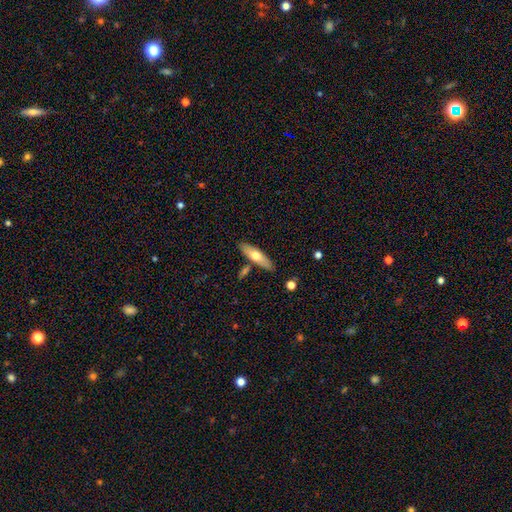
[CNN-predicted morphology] smooth-or-featured: smooth: 57% | featured or disk: 37% | star or artifact: 6%
  how-rounded: cigar-shaped: 57% | in between: 41% | round: 2%
  merging: none: 79% | minor disturbance: 11% | merger: 7% | major disturbance: 2%